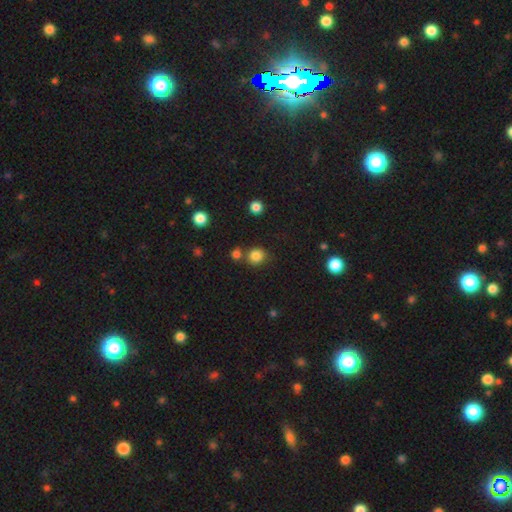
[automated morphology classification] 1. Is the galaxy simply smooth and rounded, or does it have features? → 82% smooth, 13% star or artifact, 5% featured or disk.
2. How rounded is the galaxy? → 87% round, 12% in between, 1% cigar-shaped.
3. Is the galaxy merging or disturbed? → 74% none, 14% merger, 9% minor disturbance, 3% major disturbance.